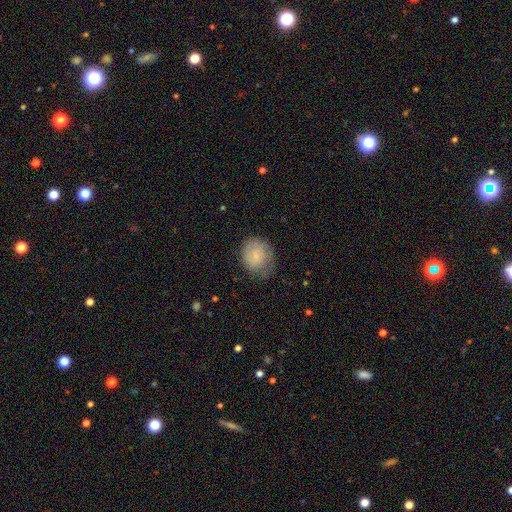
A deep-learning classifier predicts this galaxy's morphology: type=smooth (72%); roundness=round (61%); merging=none (56%).